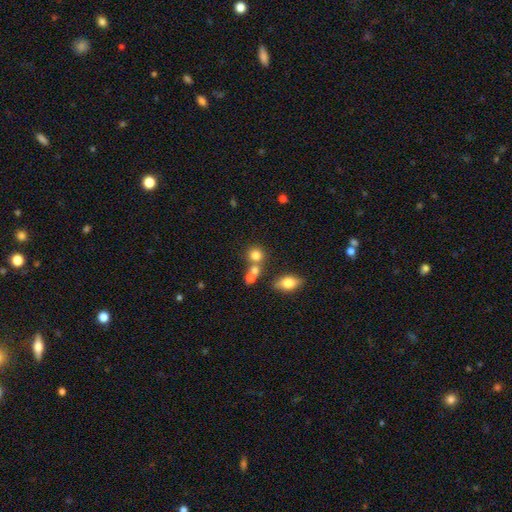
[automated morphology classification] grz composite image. It shows a smooth galaxy with no disk features (76%) that is round (83%). Merging: none (54%).